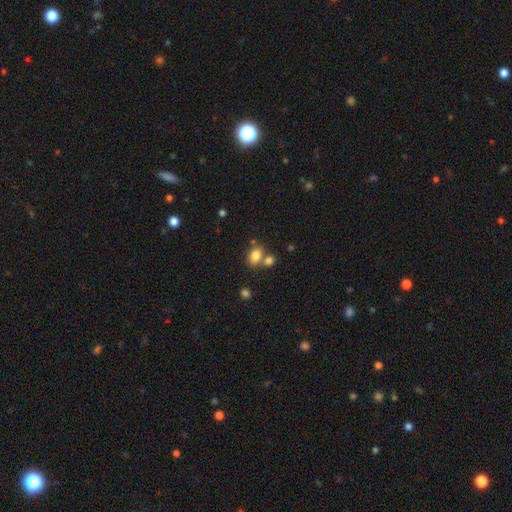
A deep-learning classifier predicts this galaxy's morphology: A smooth galaxy with no disk features (81%) that is in between round and cigar-shaped (71%). Merging: none (54%).